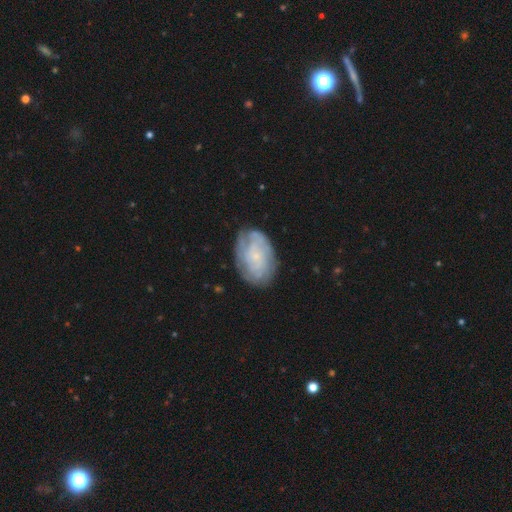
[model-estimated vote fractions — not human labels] The model was most divided on "smooth or featured": featured or disk: 60%, smooth: 32%, star or artifact: 8%. More confident: edge-on disk — no (96%); bar — no (79%); bulge size — small (76%); spiral arms — yes (75%); merging — none (72%).